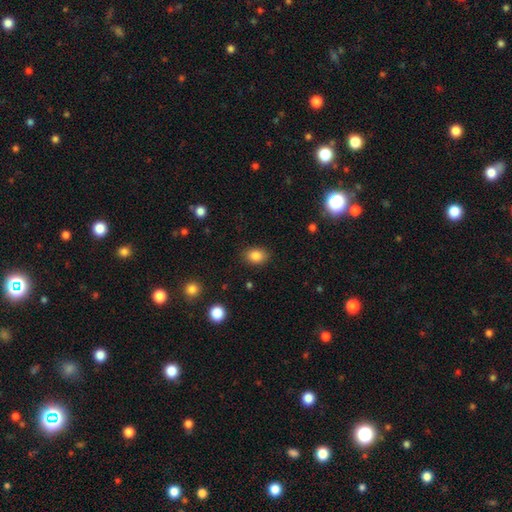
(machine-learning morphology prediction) smooth_or_featured: smooth (p=0.85) [alt: star or artifact p=0.10]
how_rounded: in between (p=0.73) [alt: round p=0.25]
merging: none (p=0.87) [alt: minor disturbance p=0.09]